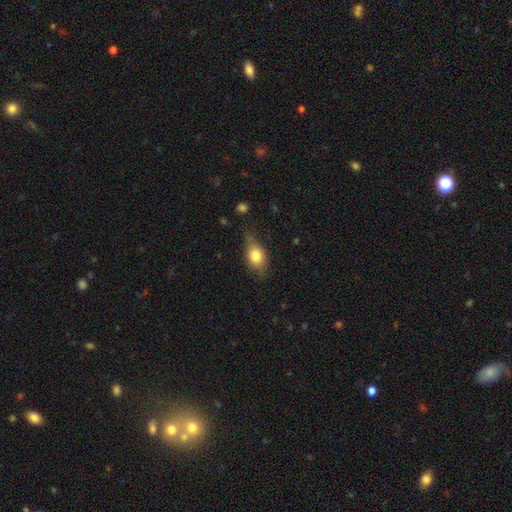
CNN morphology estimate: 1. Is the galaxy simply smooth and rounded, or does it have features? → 78% smooth, 13% featured or disk, 8% star or artifact.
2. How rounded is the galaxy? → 75% in between, 22% round, 3% cigar-shaped.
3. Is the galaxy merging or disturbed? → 57% none, 32% minor disturbance, 8% major disturbance, 2% merger.